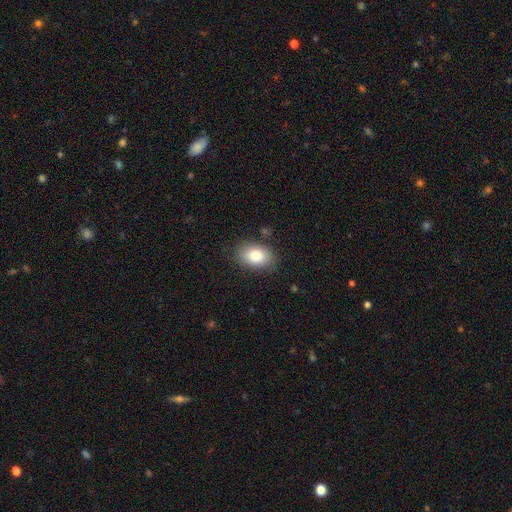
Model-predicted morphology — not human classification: smooth-or-featured: smooth: 82% | featured or disk: 10% | star or artifact: 8%
  how-rounded: in between: 86% | round: 12% | cigar-shaped: 1%
  merging: none: 83% | minor disturbance: 12% | major disturbance: 3% | merger: 2%